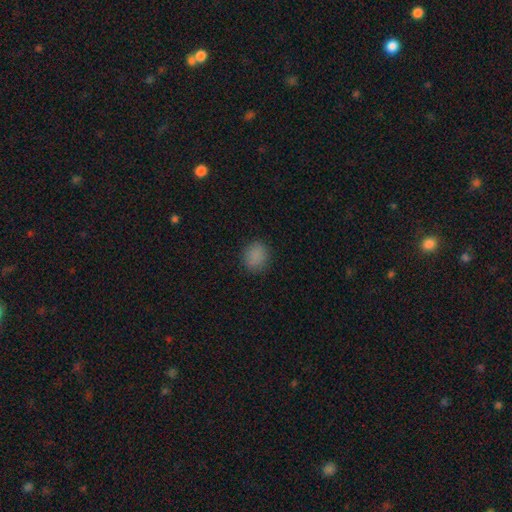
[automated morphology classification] This appears to be a smooth galaxy with no disk features (84%) that is round (75%). Merging: none (85%).